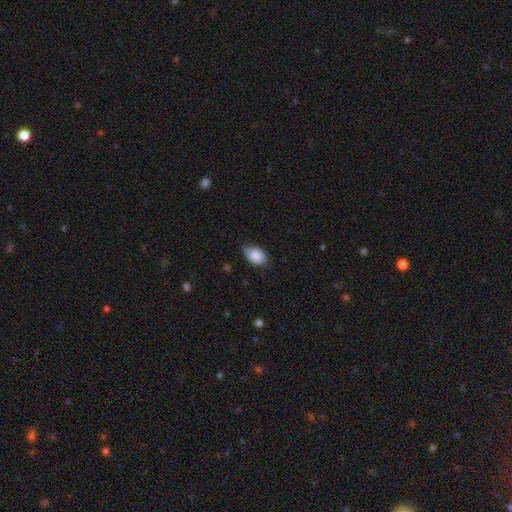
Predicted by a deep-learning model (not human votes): Q: Smooth or featured?
A: smooth (85%); runner-up: featured or disk (8%)
Q: How rounded?
A: in between (84%); runner-up: round (15%)
Q: Merging?
A: none (62%); runner-up: minor disturbance (32%)